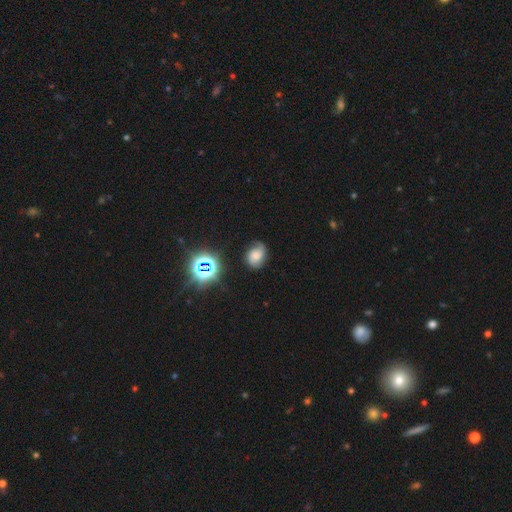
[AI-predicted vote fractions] smooth-or-featured: smooth: 41% (tied) | featured or disk: 41% (tied) | star or artifact: 18%
  merging: none: 64% | minor disturbance: 26% | major disturbance: 9% | merger: 2%